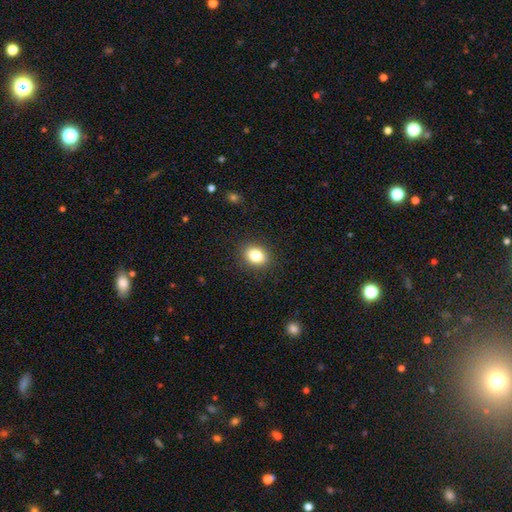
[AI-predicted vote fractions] Smooth or featured: smooth — 83% (star or artifact — 10%)
How rounded: in between — 59% (round — 39%)
Merging: none — 89% (minor disturbance — 8%)